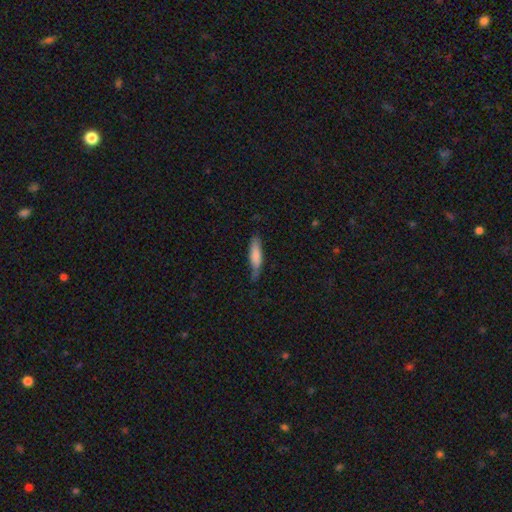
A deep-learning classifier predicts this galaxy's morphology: Smooth or featured? Predicted: smooth (p=0.77). How rounded? Predicted: cigar-shaped (p=0.66). Merging? Predicted: none (p=0.63).